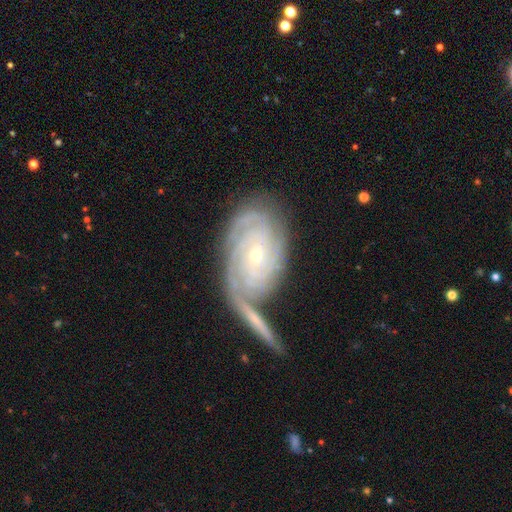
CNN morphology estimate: Smooth or featured?
  - featured or disk: 87% *
  - smooth: 7%
  - star or artifact: 6%
Edge-on disk?
  - no: 95% *
  - yes: 5%
Bar?
  - no: 63% *
  - weak: 29%
  - strong: 9%
Spiral arms?
  - yes: 97% *
  - no: 3%
Spiral winding?
  - tight: 80% *
  - medium: 17%
  - loose: 3%
Spiral arm count?
  - can't tell: 29% *
  - 3: 22%
  - 4: 20%
  - 2: 16%
  - more than 4: 8%
  - 1: 6%
Bulge size?
  - small: 68% *
  - moderate: 29%
  - large: 1%
  - none: 1%
  - dominant: 1%
Merging?
  - none: 50% *
  - merger: 24%
  - minor disturbance: 18%
  - major disturbance: 8%